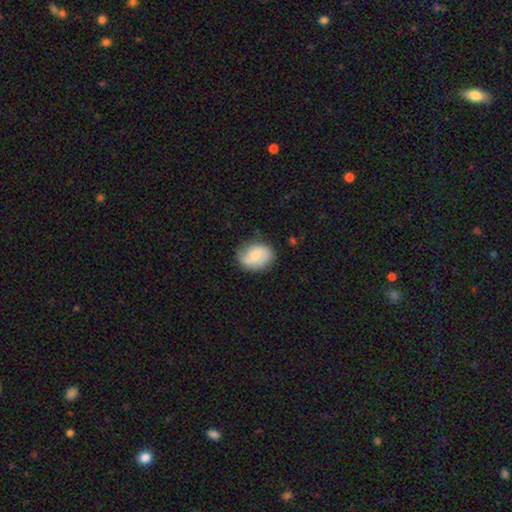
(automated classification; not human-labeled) smooth 56%, featured or disk 37%, star or artifact 7%. Down the decision tree: how rounded — in between (60%); merging — none (74%).